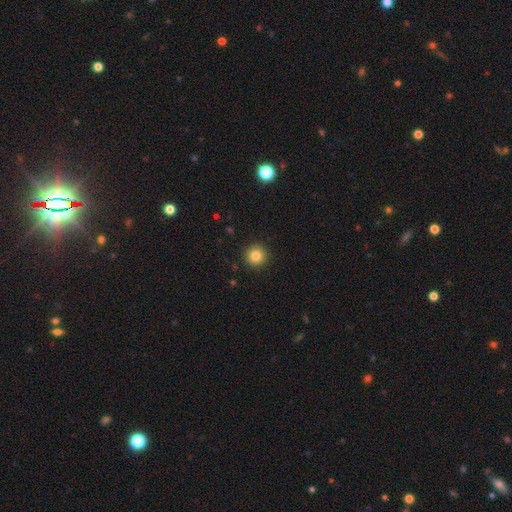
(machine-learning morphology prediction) Smooth or featured? smooth (84%)
How rounded? round (95%)
Merging? none (92%)